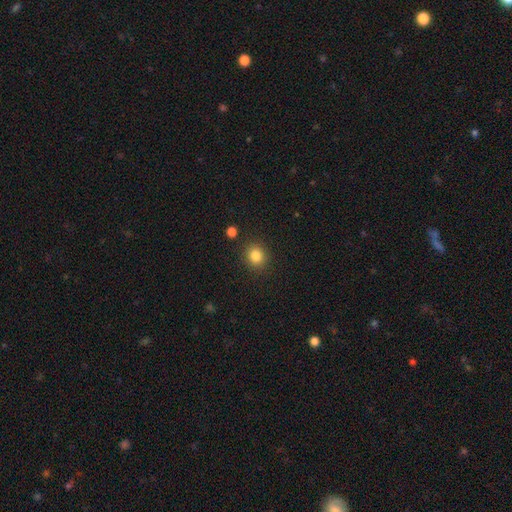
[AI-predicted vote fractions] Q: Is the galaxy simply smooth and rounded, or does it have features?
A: smooth — 83%.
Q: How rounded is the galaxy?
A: round — 80%.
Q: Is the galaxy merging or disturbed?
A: none — 88%.